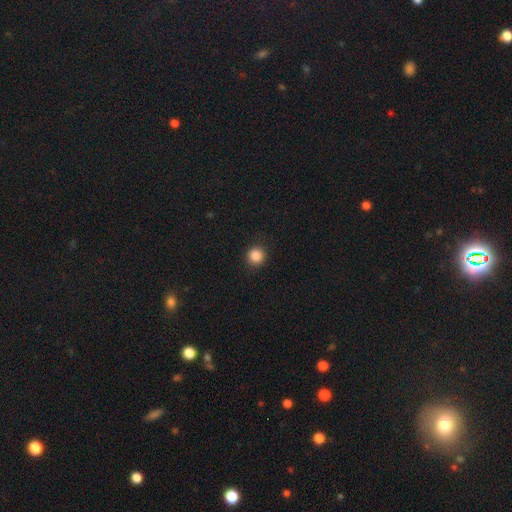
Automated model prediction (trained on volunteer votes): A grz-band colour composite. It shows a smooth galaxy with no disk features (86%) that is round (93%). Merging: none (91%).